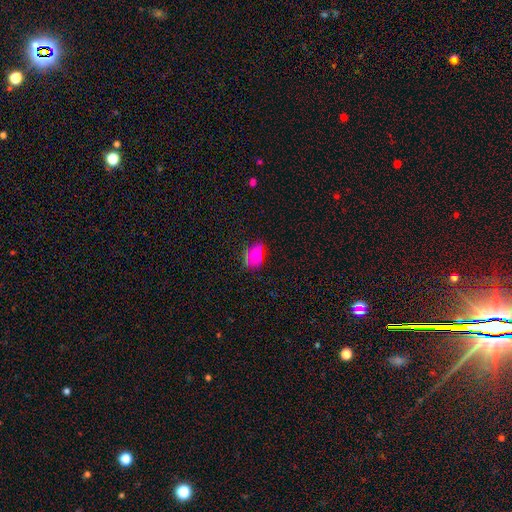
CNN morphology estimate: Smooth or featured? Predicted: smooth (p=0.68). How rounded? Predicted: in between (p=0.75). Merging? Predicted: none (p=0.52).